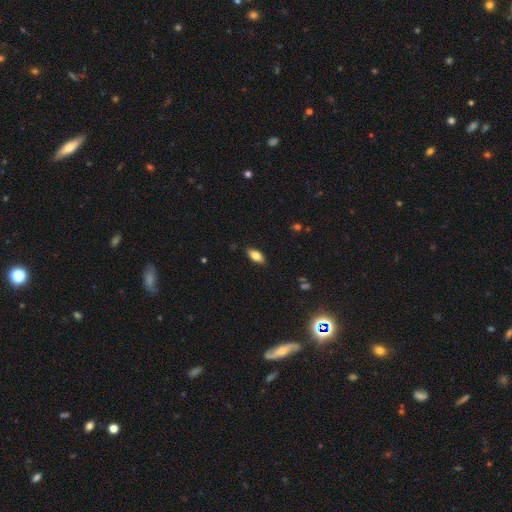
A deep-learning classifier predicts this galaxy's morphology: Smooth or featured: smooth — 74% (featured or disk — 18%)
How rounded: in between — 85% (cigar-shaped — 12%)
Merging: none — 87% (minor disturbance — 10%)